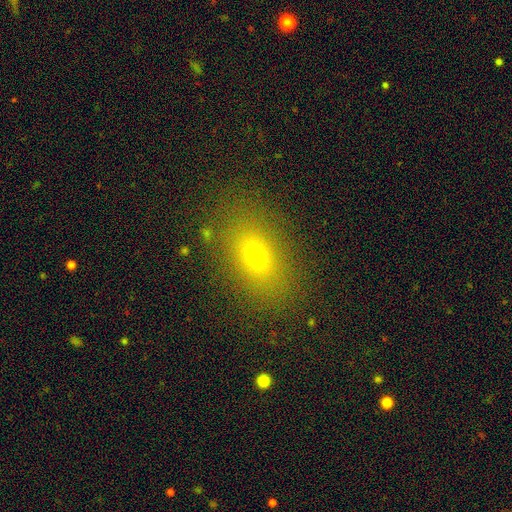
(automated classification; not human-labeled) Overall: smooth (67%). How rounded: in between (74%). Merging: none (82%).